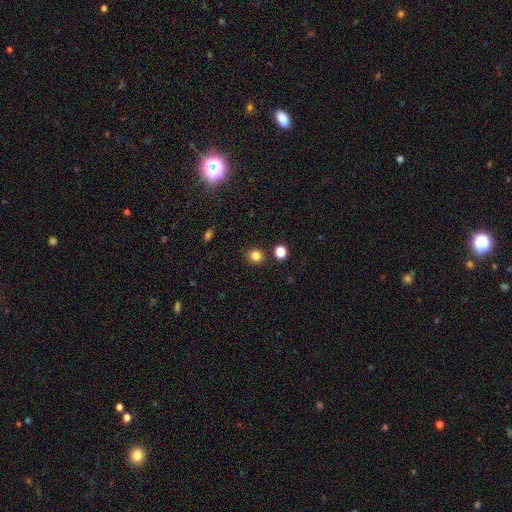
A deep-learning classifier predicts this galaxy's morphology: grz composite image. It shows a smooth galaxy with no disk features (81%) that is round (84%). Merging: none (86%).